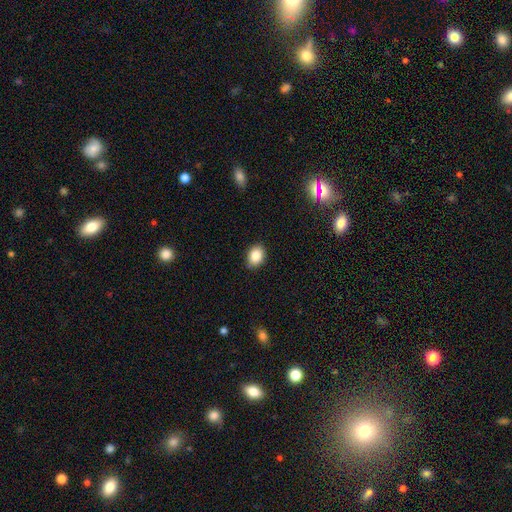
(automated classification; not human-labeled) smooth-or-featured: smooth: 86% | star or artifact: 8% | featured or disk: 6%
  how-rounded: in between: 67% | round: 32% | cigar-shaped: 1%
  merging: none: 86% | minor disturbance: 11% | major disturbance: 2% | merger: 1%